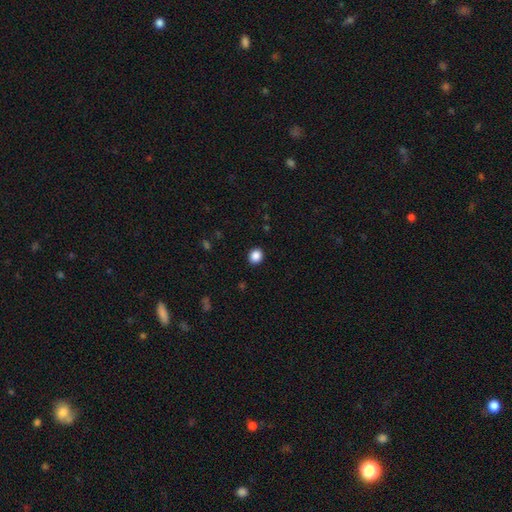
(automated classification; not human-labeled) Smooth or featured: smooth — 88% (star or artifact — 10%)
How rounded: round — 68% (in between — 32%)
Merging: none — 91% (minor disturbance — 6%)